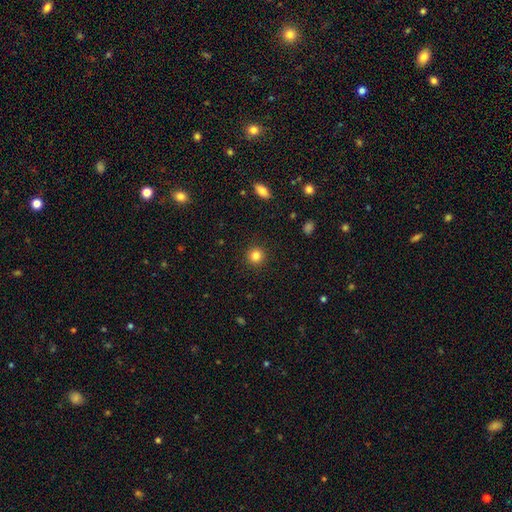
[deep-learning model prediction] Smooth or featured? smooth (83%)
How rounded? round (94%)
Merging? none (92%)